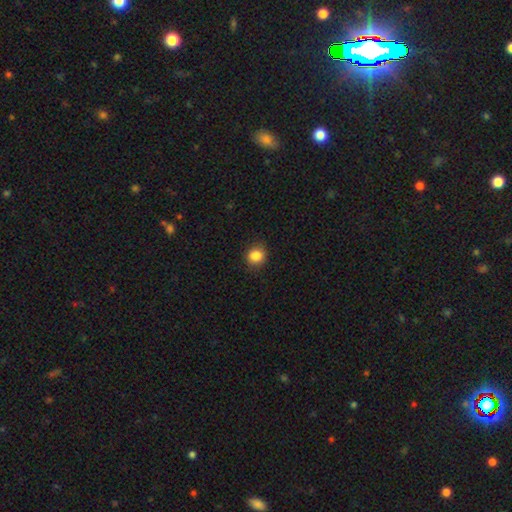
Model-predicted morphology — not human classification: Smooth or featured? smooth (86%)
How rounded? round (73%)
Merging? none (83%)